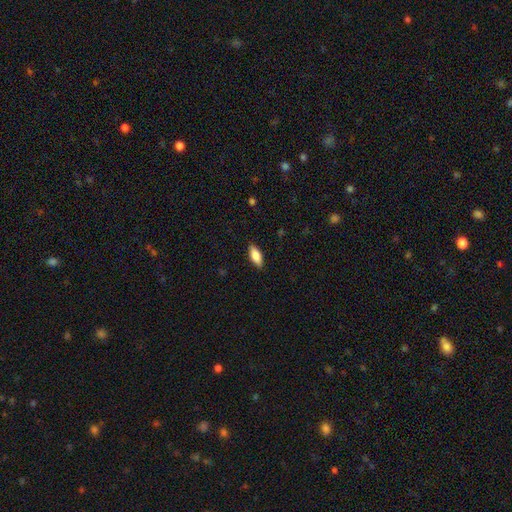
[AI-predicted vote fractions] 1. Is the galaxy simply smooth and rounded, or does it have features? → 81% smooth, 13% featured or disk, 6% star or artifact.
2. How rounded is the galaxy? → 79% in between, 19% cigar-shaped, 2% round.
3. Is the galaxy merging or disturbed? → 88% none, 9% minor disturbance, 2% major disturbance, 1% merger.